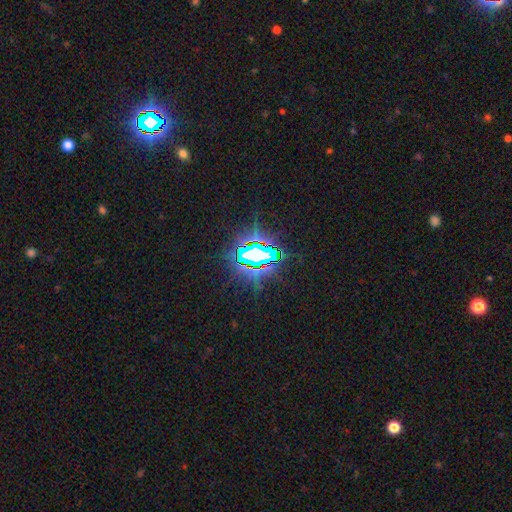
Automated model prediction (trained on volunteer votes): A star or artifact, not a galaxy (77%).

Vote fractions:
- Smooth or featured? star or artifact: 77% / smooth: 11% / featured or disk: 11%